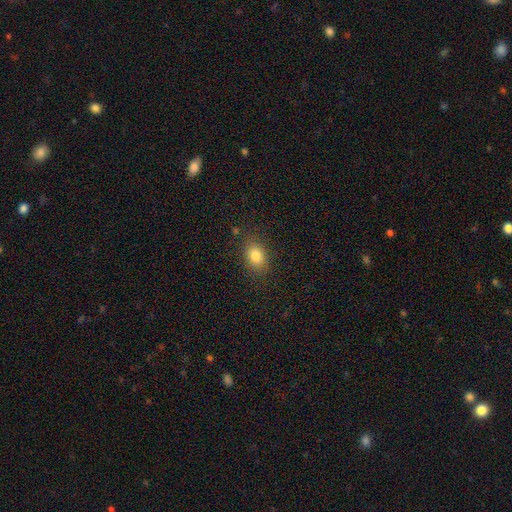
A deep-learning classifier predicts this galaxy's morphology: A smooth galaxy with no disk features (82%) that is in between round and cigar-shaped (77%).

Vote fractions:
- Smooth or featured? smooth: 82% / star or artifact: 10% / featured or disk: 8%
- How rounded? in between: 77% / round: 22% / cigar-shaped: 1%
- Merging? none: 85% / minor disturbance: 11% / major disturbance: 3% / merger: 1%